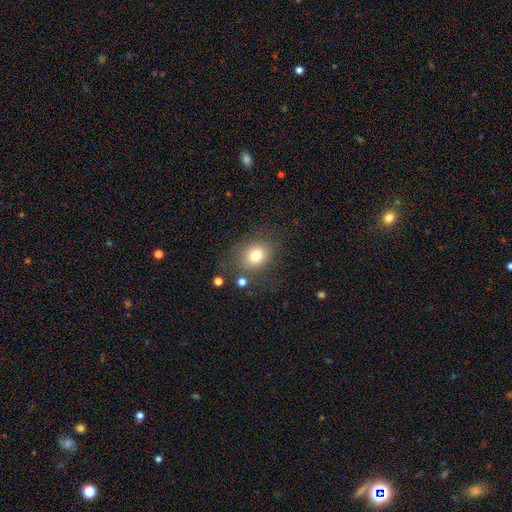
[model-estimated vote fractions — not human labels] Overall: smooth (76%). How rounded: round (63%; in between 36%). Merging: none (76%).